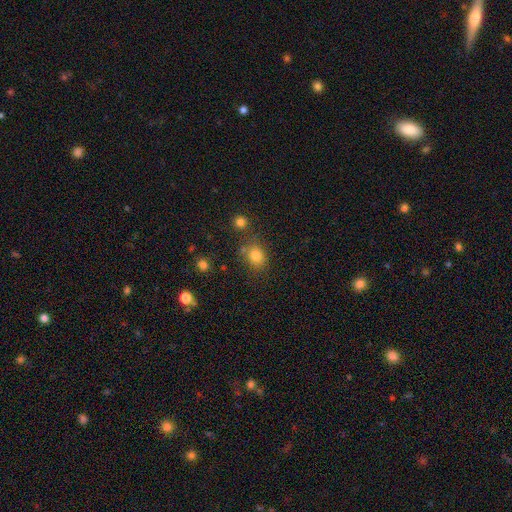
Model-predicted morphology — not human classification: This is clearly a smooth galaxy (81%). How rounded: likely round (60%). Merging: likely none (70%).